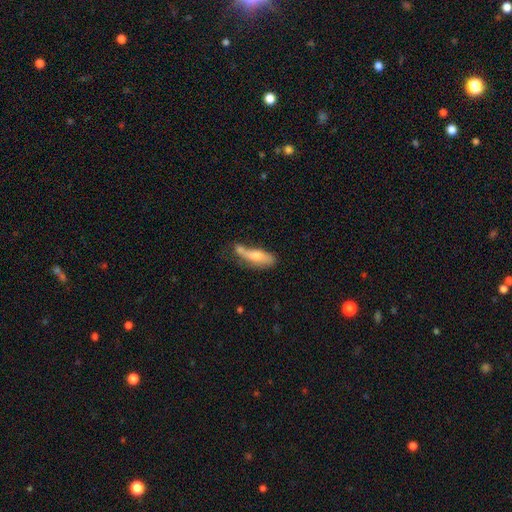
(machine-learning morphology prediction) Smooth or featured?
  - smooth: 60% *
  - featured or disk: 33%
  - star or artifact: 7%
How rounded?
  - cigar-shaped: 52% *
  - in between: 45%
  - round: 3%
Merging?
  - none: 37% *
  - merger: 25%
  - minor disturbance: 24%
  - major disturbance: 13%